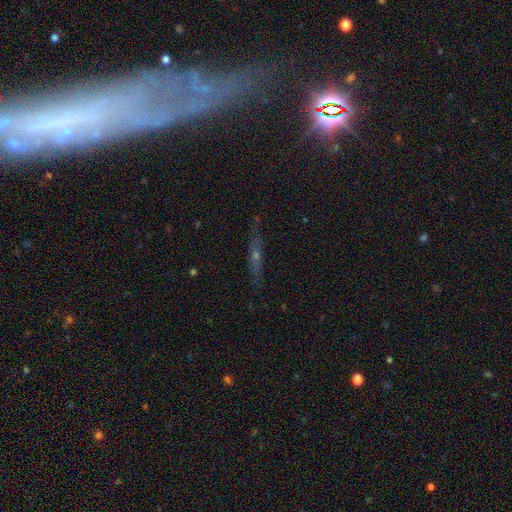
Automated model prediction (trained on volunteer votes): Smooth or featured? featured or disk (57%)
Edge-on disk? yes (86%)
Merging? none (83%)